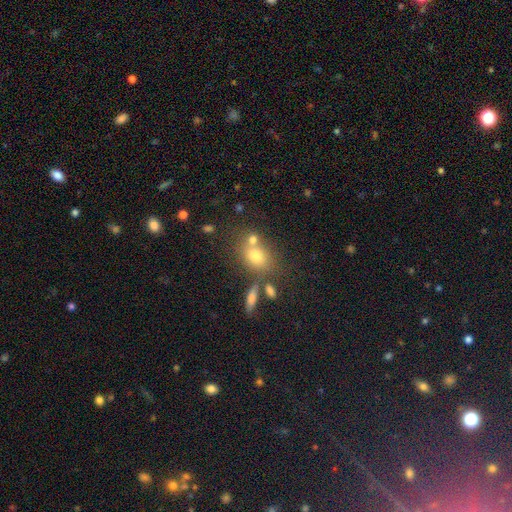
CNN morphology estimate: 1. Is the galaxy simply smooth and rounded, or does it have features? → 73% smooth, 14% featured or disk, 13% star or artifact.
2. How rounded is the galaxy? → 62% in between, 35% round, 3% cigar-shaped.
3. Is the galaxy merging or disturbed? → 54% none, 26% merger, 14% minor disturbance, 6% major disturbance.